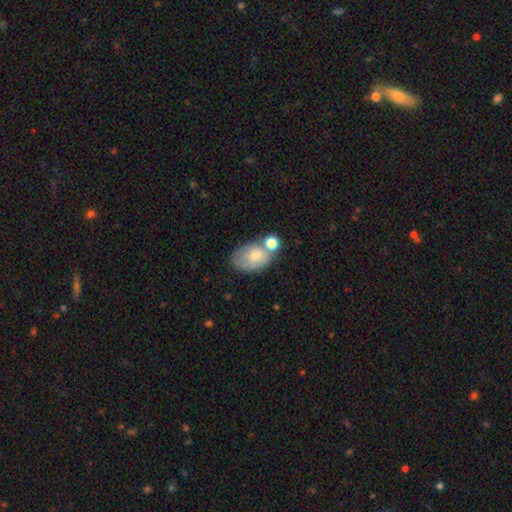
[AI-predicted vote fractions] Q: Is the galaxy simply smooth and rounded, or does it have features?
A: smooth — 64%.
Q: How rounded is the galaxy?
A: in between — 84%.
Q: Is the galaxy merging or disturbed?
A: none — 39%.